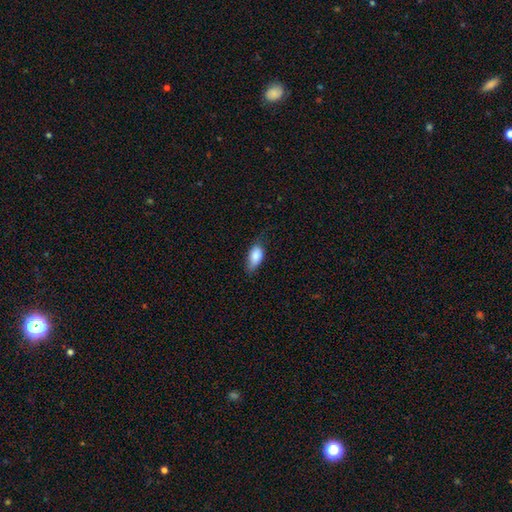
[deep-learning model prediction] Q: Smooth or featured?
A: smooth (84%); runner-up: featured or disk (10%)
Q: How rounded?
A: in between (90%); runner-up: cigar-shaped (6%)
Q: Merging?
A: none (58%); runner-up: minor disturbance (32%)